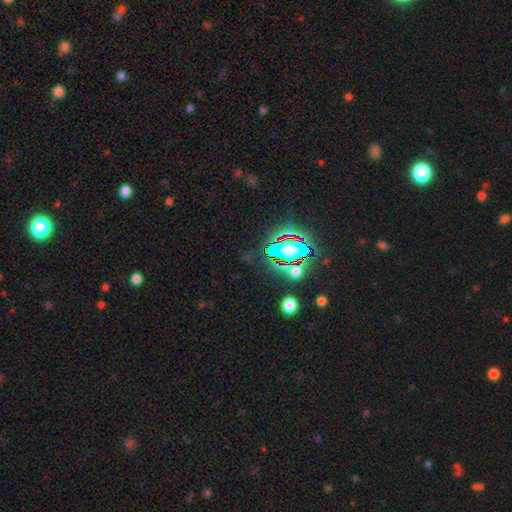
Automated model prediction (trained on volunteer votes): Smooth or featured: star or artifact — 78% (smooth — 13%)